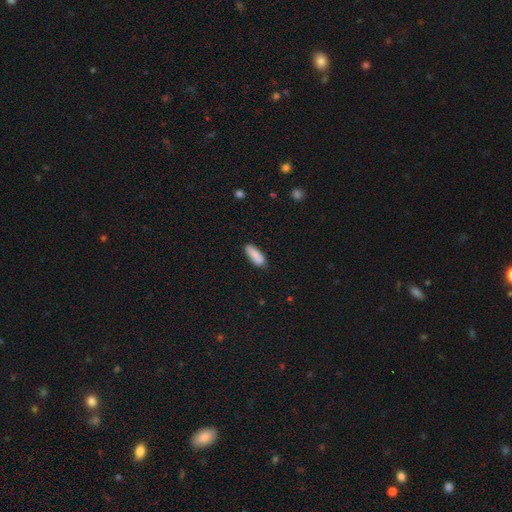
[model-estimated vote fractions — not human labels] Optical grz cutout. It shows a smooth galaxy with no disk features (86%) that is in between round and cigar-shaped (61%). Merging: none (76%).